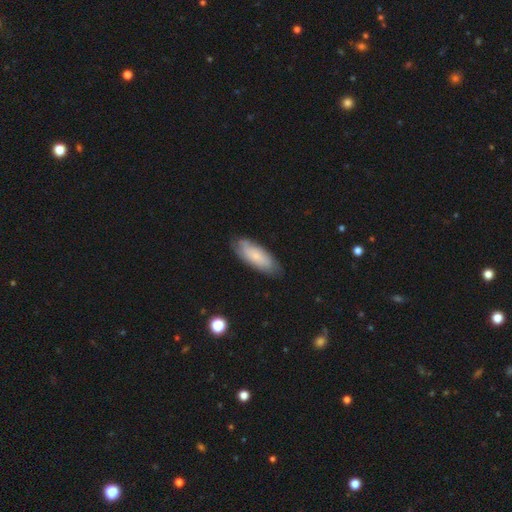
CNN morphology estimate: Q: Smooth or featured?
A: smooth (56%); runner-up: featured or disk (37%)
Q: How rounded?
A: in between (72%); runner-up: cigar-shaped (26%)
Q: Merging?
A: none (75%); runner-up: minor disturbance (19%)